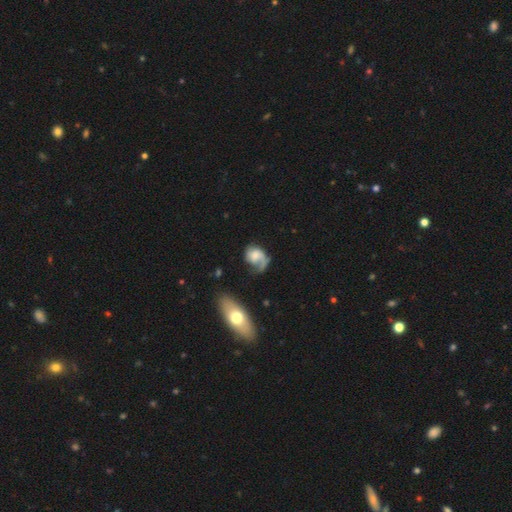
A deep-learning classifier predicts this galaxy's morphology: A featured or disk galaxy (56%) with no bar (71%), spiral arms (81%) and a moderate central bulge (35%). Merging: major disturbance (35%, tied with none).